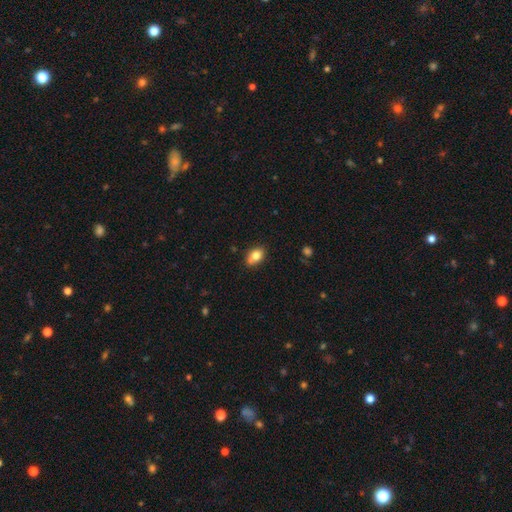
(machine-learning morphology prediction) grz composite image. It shows a smooth galaxy with no disk features (79%) that is in between round and cigar-shaped (81%). Merging: none (67%).